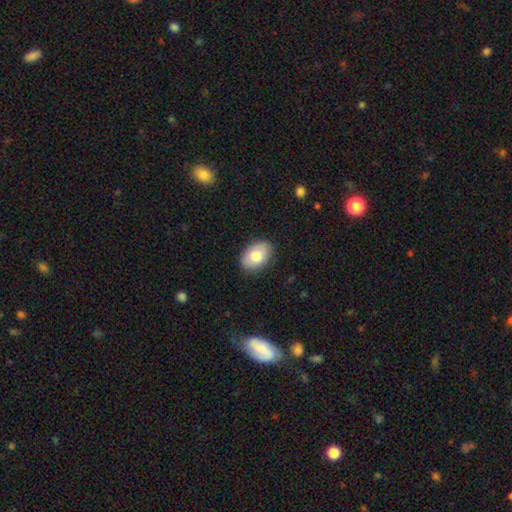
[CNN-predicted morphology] This is likely a smooth galaxy (77%). How rounded: clearly in between (83%). Merging: clearly none (87%).